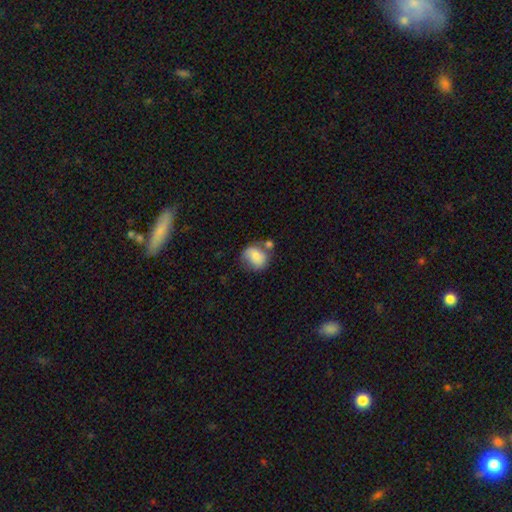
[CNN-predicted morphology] A smooth galaxy with no disk features (73%) that is round (57%). Merging: none (47%).